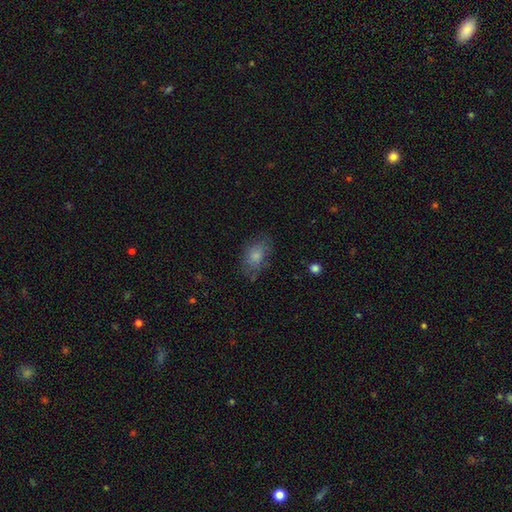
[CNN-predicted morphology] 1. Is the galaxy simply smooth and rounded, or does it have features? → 78% smooth, 14% featured or disk, 9% star or artifact.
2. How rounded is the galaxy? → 86% in between, 12% round, 2% cigar-shaped.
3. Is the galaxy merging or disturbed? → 64% none, 23% minor disturbance, 10% major disturbance, 2% merger.